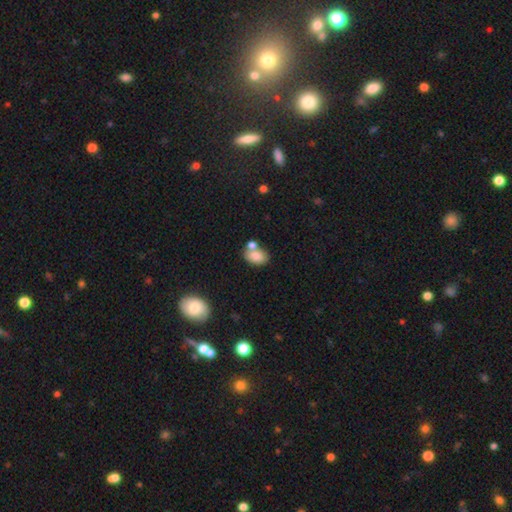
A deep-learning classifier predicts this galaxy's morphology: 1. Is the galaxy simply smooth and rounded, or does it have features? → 81% smooth, 10% featured or disk, 9% star or artifact.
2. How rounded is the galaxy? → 83% in between, 16% round, 1% cigar-shaped.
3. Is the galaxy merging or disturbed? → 48% none, 34% merger, 13% minor disturbance, 4% major disturbance.